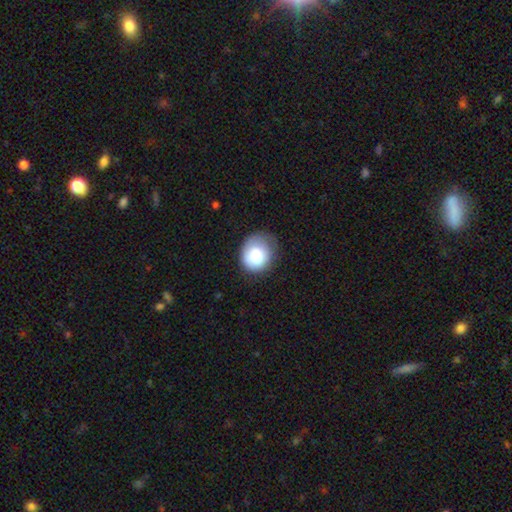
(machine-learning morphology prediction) A smooth galaxy with no disk features (78%) that is round (74%). Merging: none (60%).